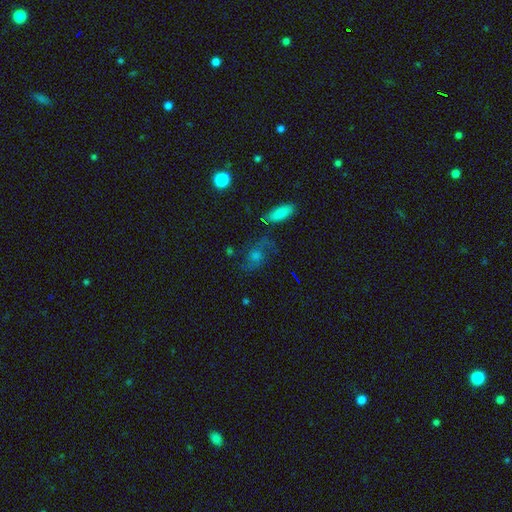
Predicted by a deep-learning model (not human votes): Smooth or featured?
  - featured or disk: 49% *
  - smooth: 27%
  - star or artifact: 24%
Merging?
  - none: 66% *
  - minor disturbance: 18%
  - major disturbance: 11%
  - merger: 5%